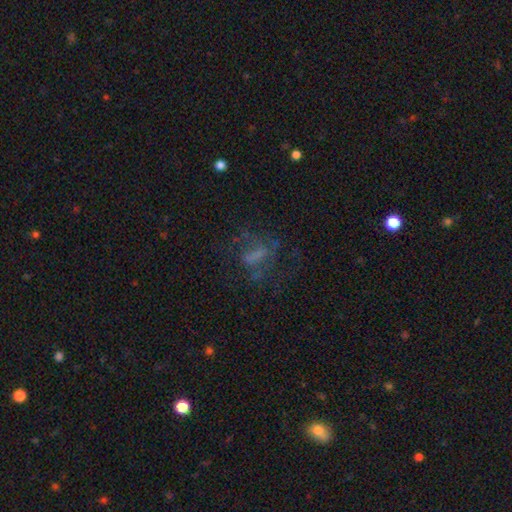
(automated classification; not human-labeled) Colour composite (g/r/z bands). It shows a featured or disk galaxy (44%). Merging: none (48%).